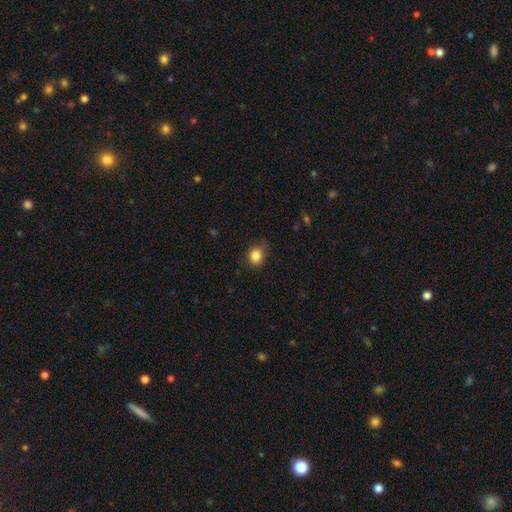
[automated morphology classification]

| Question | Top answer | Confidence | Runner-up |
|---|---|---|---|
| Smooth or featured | smooth | 85% | star or artifact (10%) |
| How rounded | round | 71% | in between (28%) |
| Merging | none | 76% | minor disturbance (19%) |